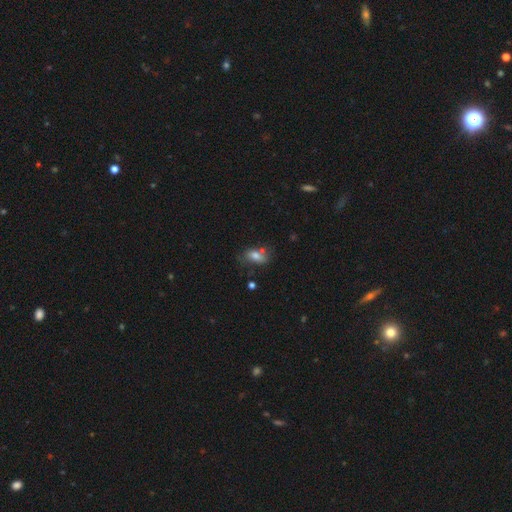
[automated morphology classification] Overall: smooth (72%). How rounded: in between (84%). Merging: none (51%; minor disturbance 24%).